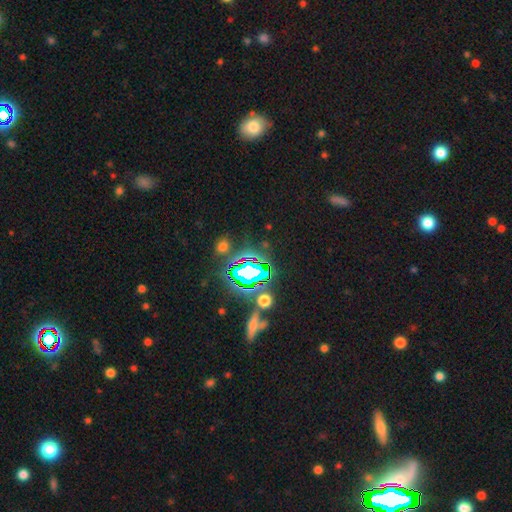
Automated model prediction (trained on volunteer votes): smooth_or_featured: star or artifact (p=0.78) [alt: smooth p=0.13]